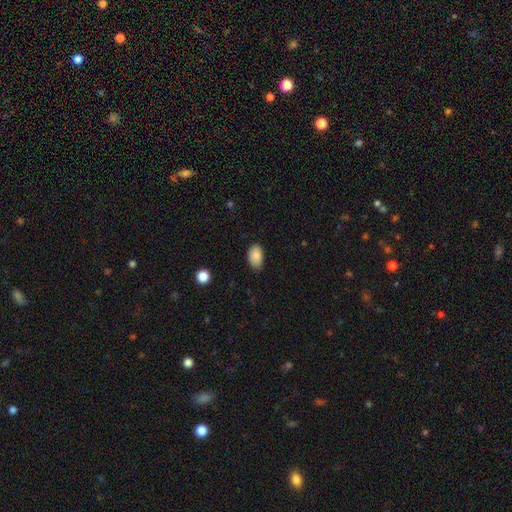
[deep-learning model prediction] This is clearly a smooth galaxy (87%). How rounded: clearly in between (90%). Merging: likely none (74%).